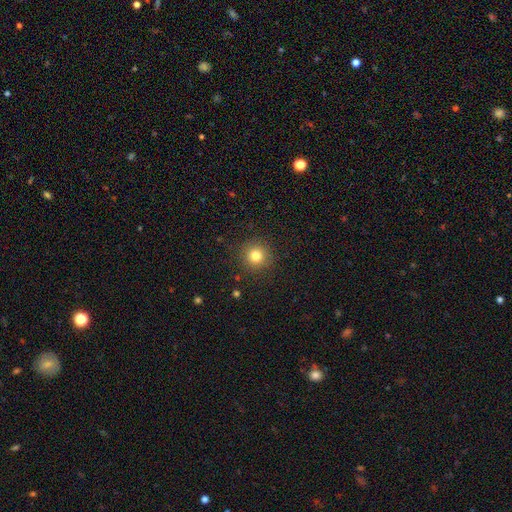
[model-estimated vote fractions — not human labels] smooth 80%, star or artifact 13%, featured or disk 7%. Down the decision tree: how rounded — round (95%); merging — none (91%).